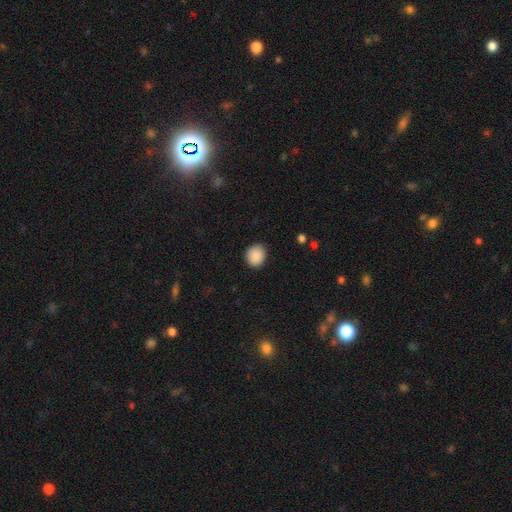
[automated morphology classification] A smooth galaxy with no disk features (89%) that is round (78%).

Vote fractions:
- Smooth or featured? smooth: 89% / star or artifact: 8% / featured or disk: 3%
- How rounded? round: 78% / in between: 21% / cigar-shaped: 1%
- Merging? none: 86% / minor disturbance: 10% / major disturbance: 2% / merger: 1%